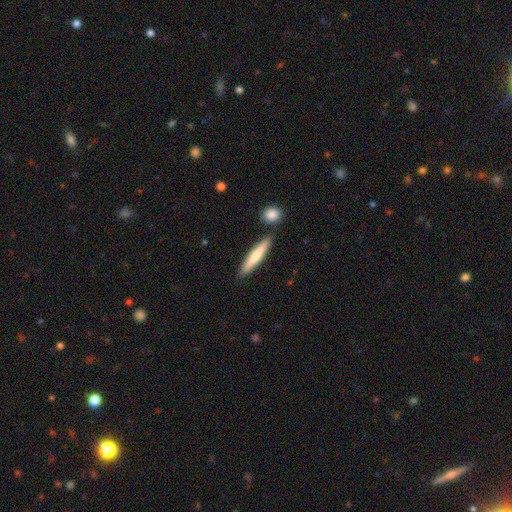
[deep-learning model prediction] Smooth or featured: smooth — 68% (featured or disk — 27%)
How rounded: cigar-shaped — 89% (in between — 9%)
Merging: none — 83% (minor disturbance — 9%)